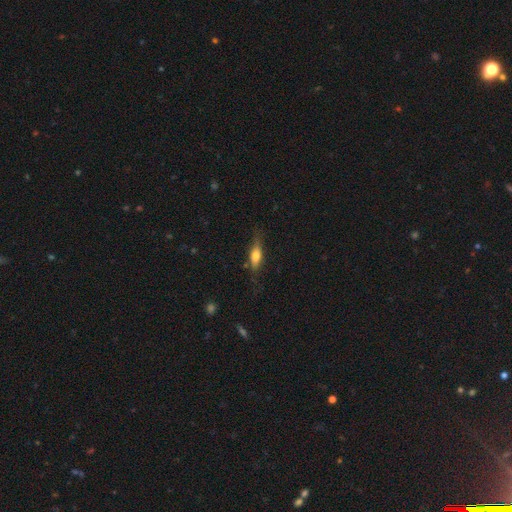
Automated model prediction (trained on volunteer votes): A smooth galaxy with no disk features (59%) that is in between round and cigar-shaped (50%).

Vote fractions:
- Smooth or featured? smooth: 59% / featured or disk: 34% / star or artifact: 7%
- How rounded? in between: 50% / cigar-shaped: 47% / round: 3%
- Merging? none: 67% / minor disturbance: 23% / major disturbance: 7% / merger: 2%